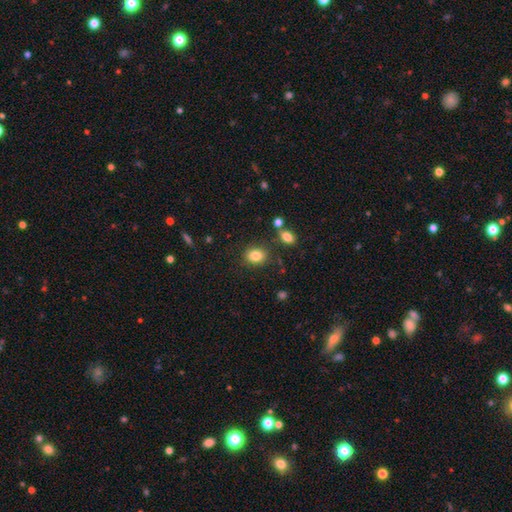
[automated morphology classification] This is clearly a smooth galaxy (84%). How rounded: possibly in between (55%). Merging: clearly none (82%).